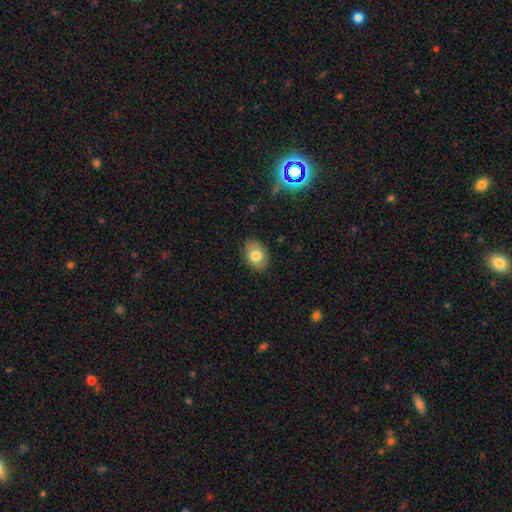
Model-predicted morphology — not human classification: smooth 79%, featured or disk 13%, star or artifact 9%. Down the decision tree: how rounded — in between (77%); merging — none (87%).